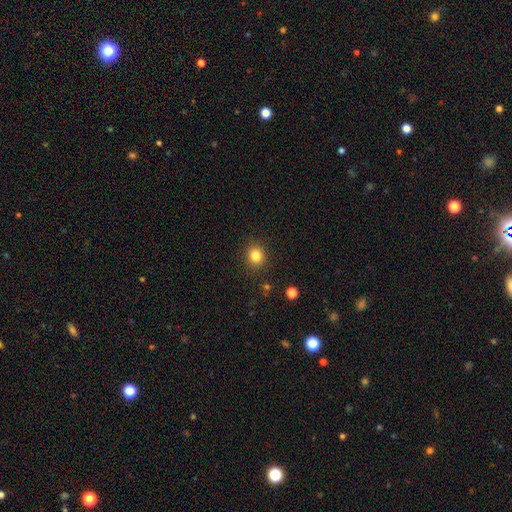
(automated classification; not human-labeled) Overall: smooth (83%). How rounded: round (81%). Merging: none (89%).